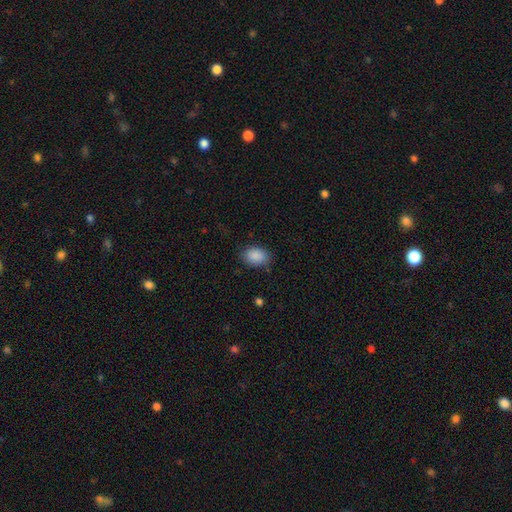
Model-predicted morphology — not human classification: A smooth galaxy with no disk features (89%) that is in between round and cigar-shaped (80%). Merging: none (81%).